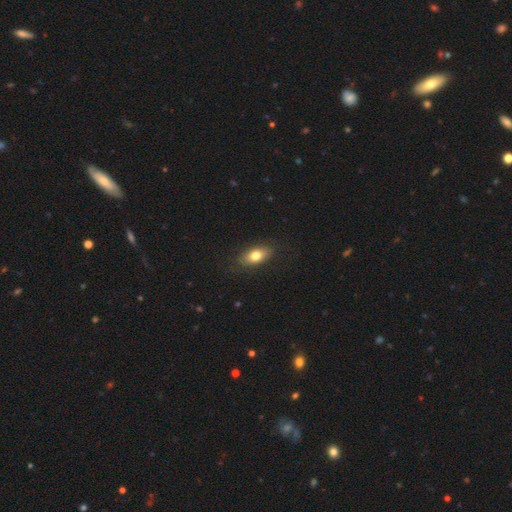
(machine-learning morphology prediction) smooth_or_featured: smooth (p=0.76) [alt: featured or disk p=0.16]
how_rounded: in between (p=0.82) [alt: cigar-shaped p=0.10]
merging: none (p=0.85) [alt: minor disturbance p=0.11]